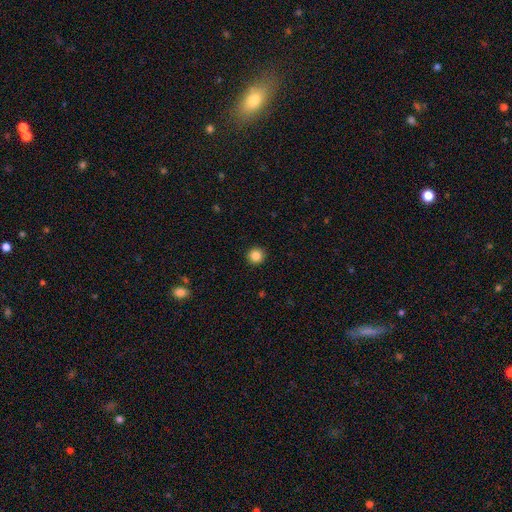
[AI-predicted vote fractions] This appears to be a smooth galaxy with no disk features (85%) that is round (95%). Merging: none (93%).